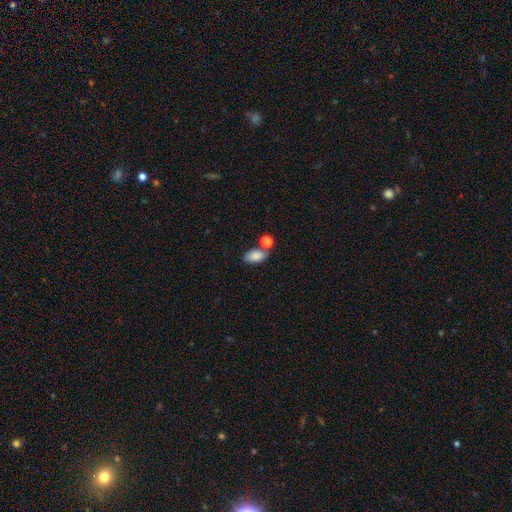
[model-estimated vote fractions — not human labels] Q: Smooth or featured?
A: smooth (85%); runner-up: star or artifact (8%)
Q: How rounded?
A: in between (91%); runner-up: round (7%)
Q: Merging?
A: none (62%); runner-up: merger (21%)